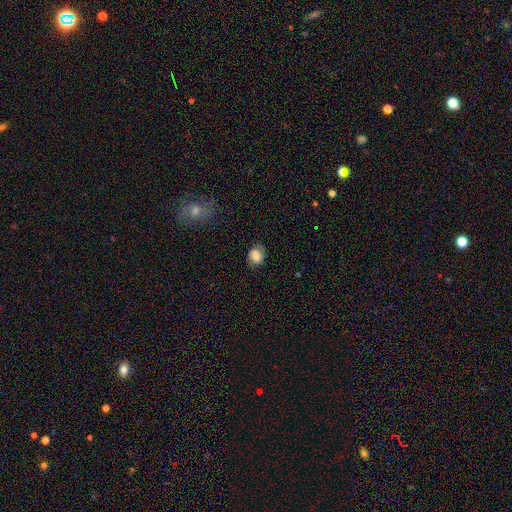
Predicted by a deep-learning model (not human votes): Smooth or featured? smooth (68%)
How rounded? in between (70%)
Merging? none (74%)